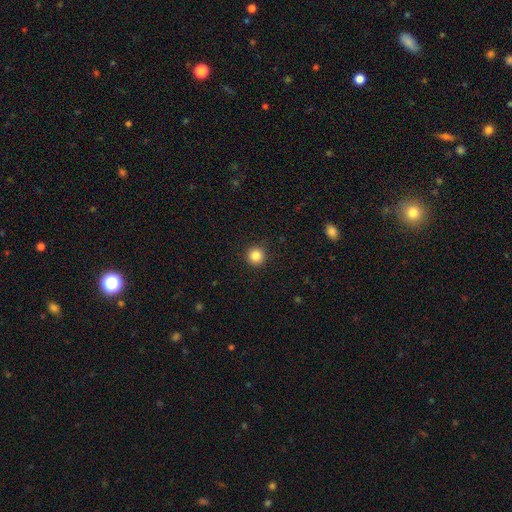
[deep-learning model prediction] Morphology: type=smooth (85%); roundness=round (96%); merging=none (92%).